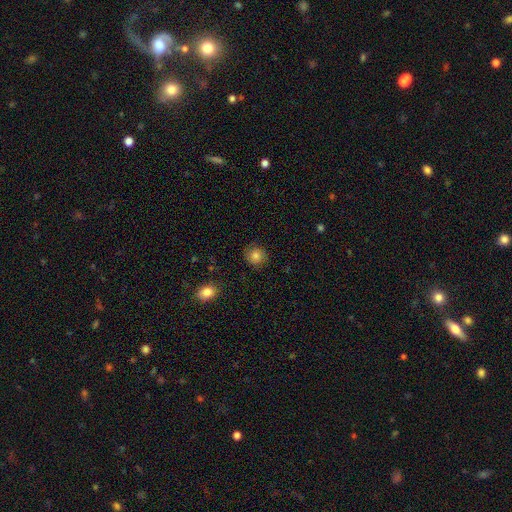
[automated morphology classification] smooth-or-featured: smooth: 78% | featured or disk: 12% | star or artifact: 10%
  how-rounded: round: 88% | in between: 11% | cigar-shaped: 1%
  merging: none: 85% | minor disturbance: 11% | major disturbance: 3% | merger: 1%